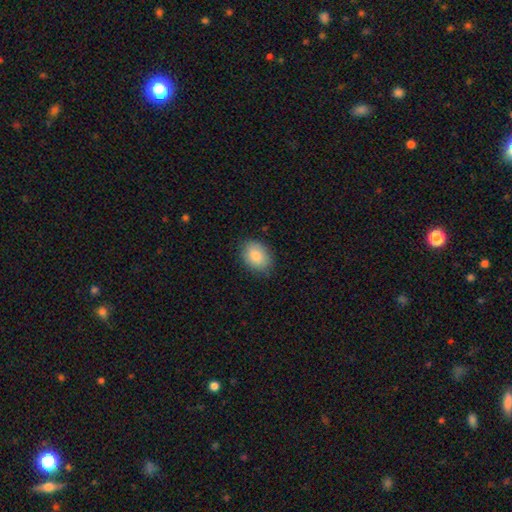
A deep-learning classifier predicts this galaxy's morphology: smooth-or-featured: smooth: 85% | featured or disk: 8% | star or artifact: 7%
  how-rounded: in between: 71% | round: 29% | cigar-shaped: 1%
  merging: none: 83% | minor disturbance: 13% | major disturbance: 3% | merger: 1%